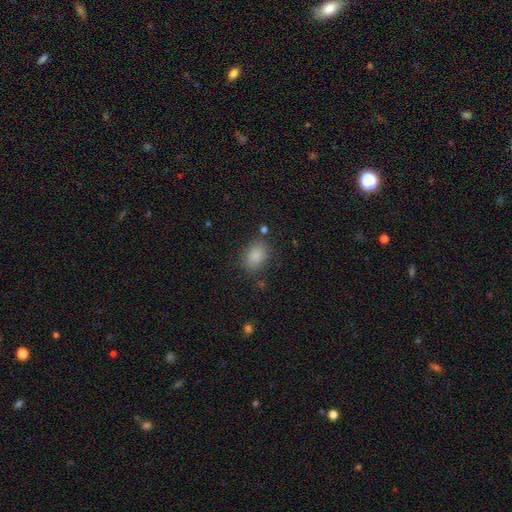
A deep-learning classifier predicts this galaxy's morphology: This is clearly a smooth galaxy (85%). How rounded: likely in between (72%). Merging: likely none (78%).